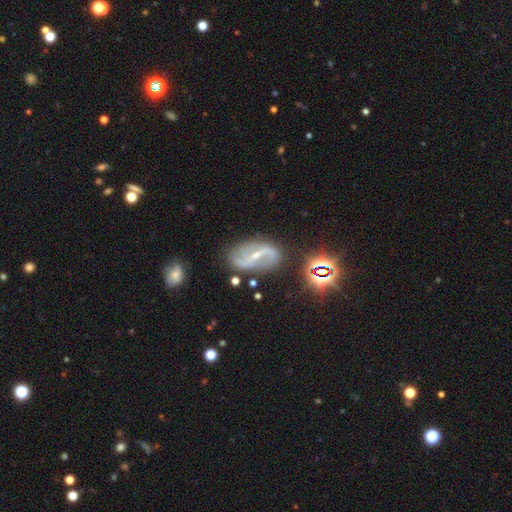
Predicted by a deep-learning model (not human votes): Smooth or featured: featured or disk — 80% (smooth — 10%)
Edge-on disk: no — 94% (yes — 6%)
Bar: strong — 51% (weak — 35%)
Spiral arms: yes — 87% (no — 13%)
Spiral winding: loose — 56% (medium — 31%)
Spiral arm count: 2 — 85% (can't tell — 7%)
Bulge size: small — 68% (moderate — 26%)
Merging: none — 73% (minor disturbance — 17%)